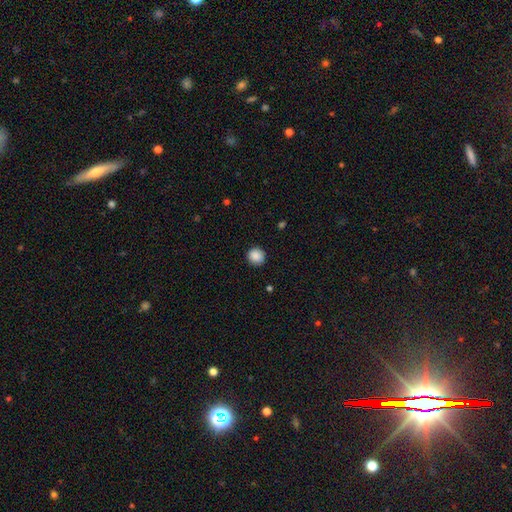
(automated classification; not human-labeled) Smooth or featured? smooth (88%)
How rounded? round (93%)
Merging? none (91%)